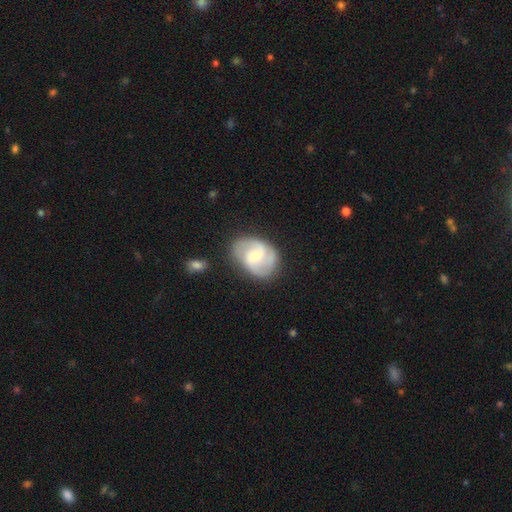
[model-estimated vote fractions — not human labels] Smooth or featured? featured or disk (75%)
Edge-on disk? no (97%)
Bar? no (47%)
Spiral arms? yes (94%)
Spiral winding? medium (50%)
Spiral arm count? 2 (54%)
Bulge size? moderate (52%)
Merging? none (72%)